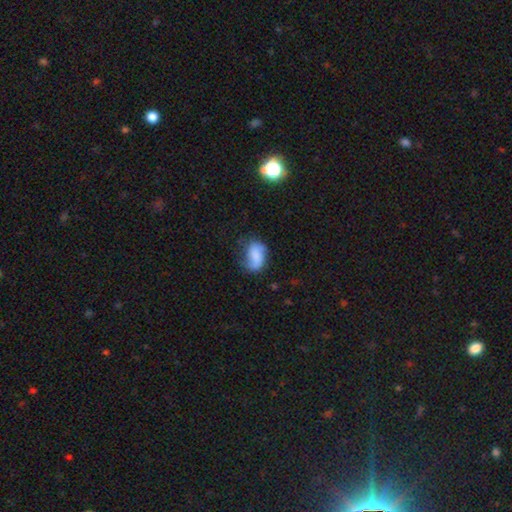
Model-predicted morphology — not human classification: This appears to be a smooth galaxy with no disk features (55%) that is in between round and cigar-shaped (83%). Merging: none (52%).